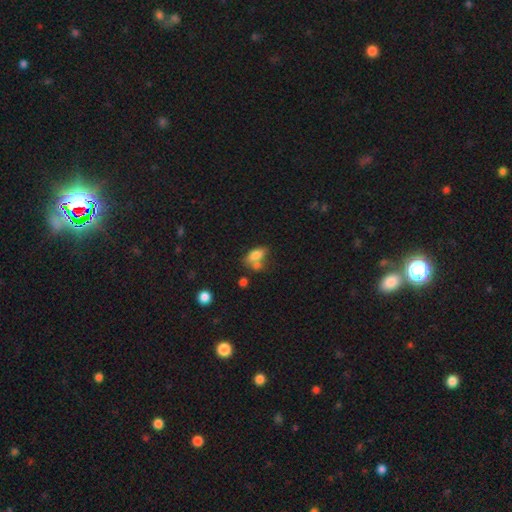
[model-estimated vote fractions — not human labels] Q: Smooth or featured?
A: smooth (76%); runner-up: featured or disk (15%)
Q: How rounded?
A: in between (85%); runner-up: cigar-shaped (9%)
Q: Merging?
A: none (44%); runner-up: merger (33%)